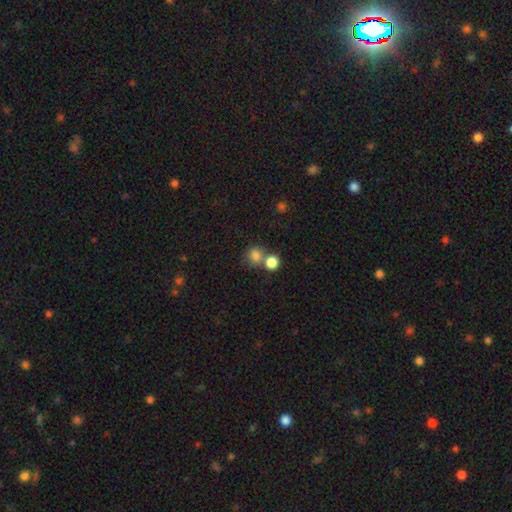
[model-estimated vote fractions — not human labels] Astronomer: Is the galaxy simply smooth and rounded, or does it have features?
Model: smooth — 80%.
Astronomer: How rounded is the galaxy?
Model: round — 73%.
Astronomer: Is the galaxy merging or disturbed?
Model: none — 47% (runner-up: merger, 39%).